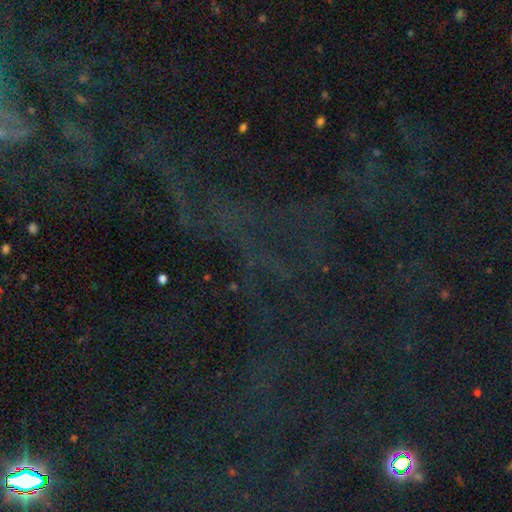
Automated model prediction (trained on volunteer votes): A star or artifact, not a galaxy (79%).